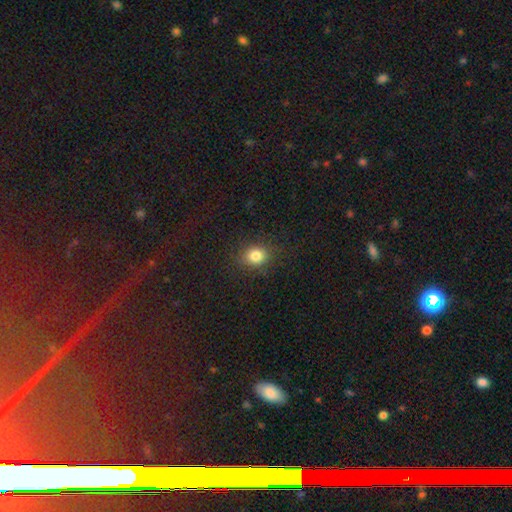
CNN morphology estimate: type=smooth (82%); roundness=round (63%); merging=none (85%).